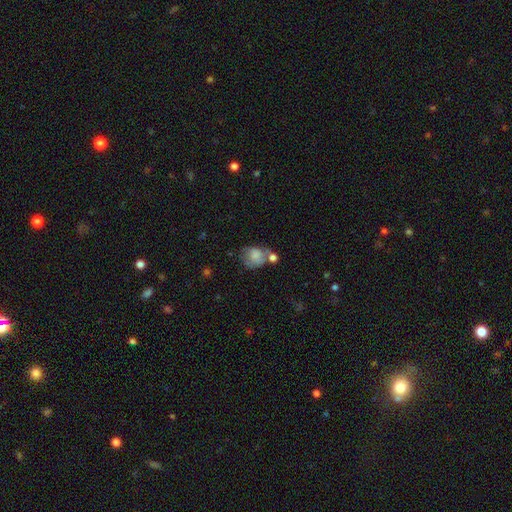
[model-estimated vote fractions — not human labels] The model was most divided on "merging": none: 34%, merger: 28%, minor disturbance: 23%, major disturbance: 15%. More confident: smooth or featured — smooth (71%); how rounded — round (53%).